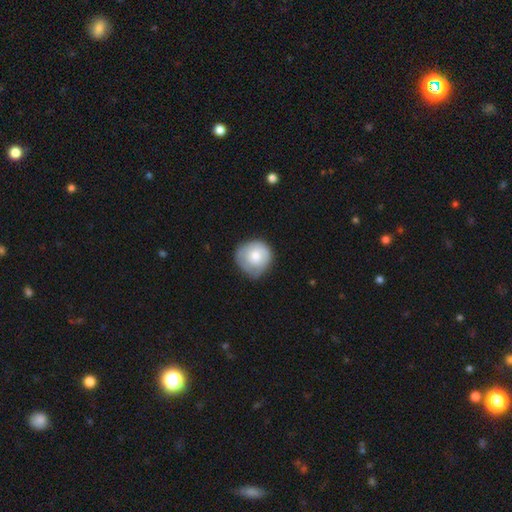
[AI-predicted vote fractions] The model was most divided on "merging": none: 58%, minor disturbance: 31%, major disturbance: 9%, merger: 2%. More confident: how rounded — round (88%); smooth or featured — smooth (67%).